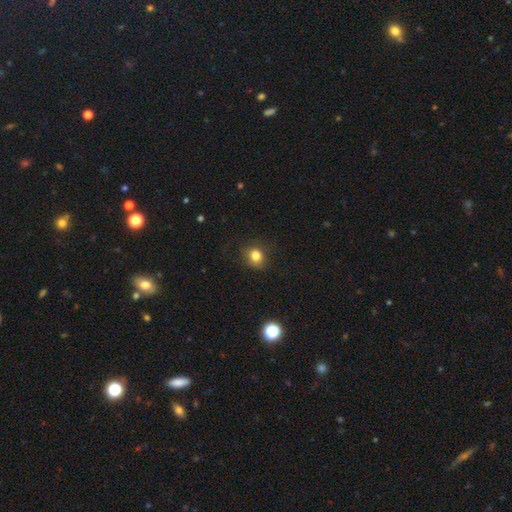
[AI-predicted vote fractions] A smooth galaxy with no disk features (81%) that is round (76%). Merging: none (81%).